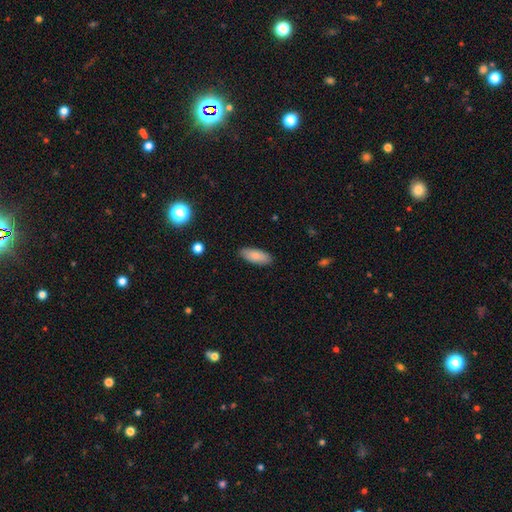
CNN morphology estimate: The model was most divided on "how rounded": in between: 79%, cigar-shaped: 20%, round: 2%. More confident: merging — none (88%); smooth or featured — smooth (83%).